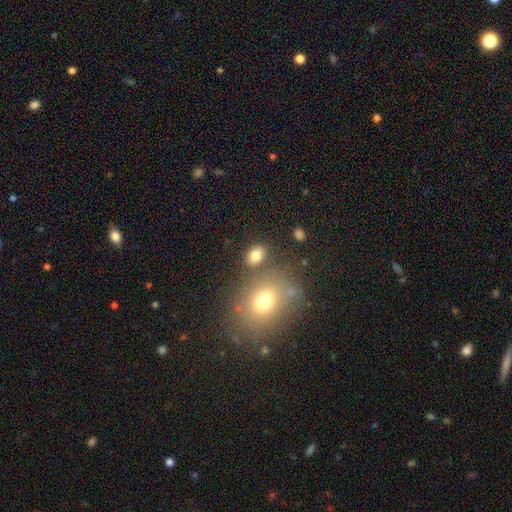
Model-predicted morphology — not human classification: A smooth galaxy with no disk features (79%) that is in between round and cigar-shaped (74%).

Vote fractions:
- Smooth or featured? smooth: 79% / star or artifact: 12% / featured or disk: 9%
- How rounded? in between: 74% / round: 24% / cigar-shaped: 1%
- Merging? none: 73% / minor disturbance: 12% / merger: 11% / major disturbance: 5%